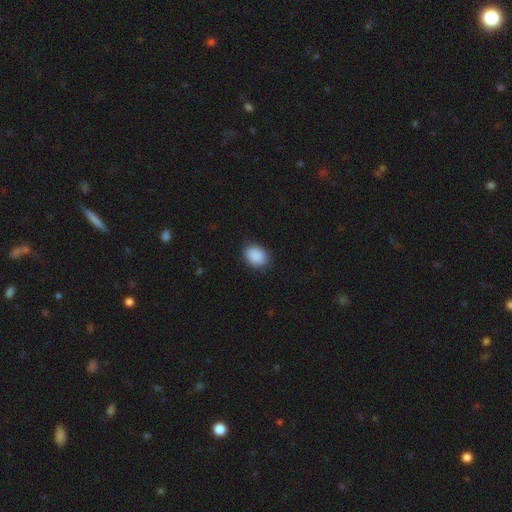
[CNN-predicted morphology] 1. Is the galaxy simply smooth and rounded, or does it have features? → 90% smooth, 7% star or artifact, 3% featured or disk.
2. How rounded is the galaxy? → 69% in between, 30% round, 1% cigar-shaped.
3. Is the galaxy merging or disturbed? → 84% none, 12% minor disturbance, 3% major disturbance, 1% merger.